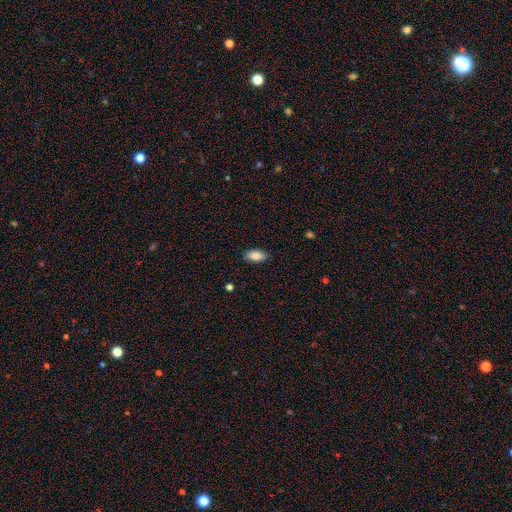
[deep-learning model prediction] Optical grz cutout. It shows a smooth galaxy with no disk features (88%) that is in between round and cigar-shaped (93%). Merging: none (88%).